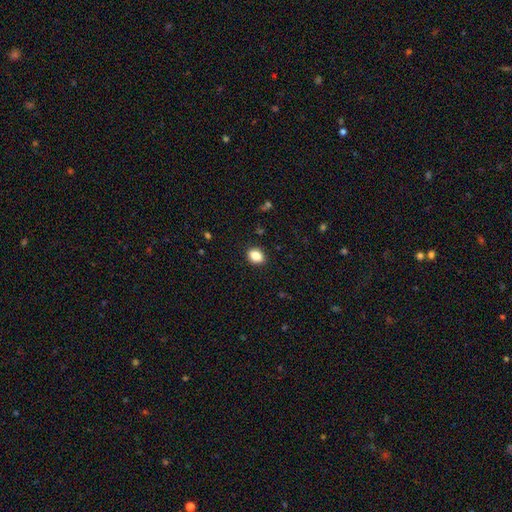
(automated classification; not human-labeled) smooth-or-featured: smooth: 86% | star or artifact: 9% | featured or disk: 5%
  how-rounded: in between: 67% | round: 32% | cigar-shaped: 1%
  merging: none: 88% | minor disturbance: 9% | major disturbance: 2% | merger: 1%